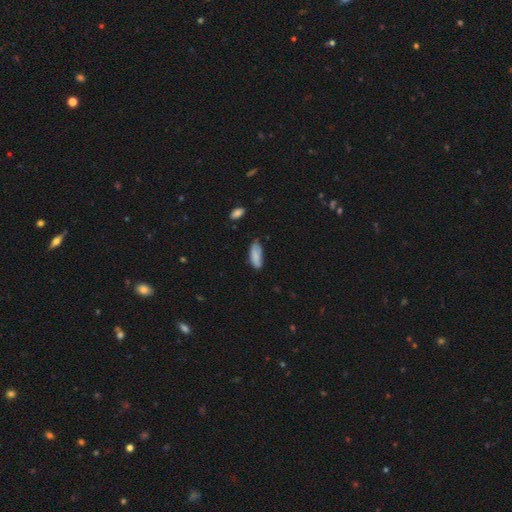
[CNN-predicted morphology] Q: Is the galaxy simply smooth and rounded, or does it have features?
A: smooth — 80%.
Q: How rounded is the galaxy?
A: in between — 76%.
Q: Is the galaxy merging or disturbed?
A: none — 58%.